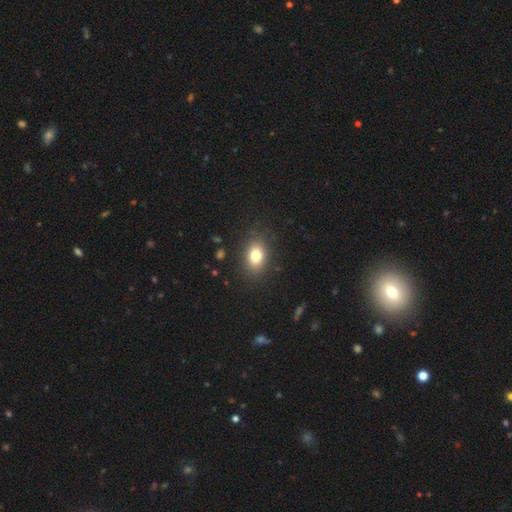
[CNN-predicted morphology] smooth-or-featured: smooth: 79% | star or artifact: 11% | featured or disk: 10%
  how-rounded: in between: 73% | round: 26% | cigar-shaped: 1%
  merging: none: 86% | minor disturbance: 9% | major disturbance: 4% | merger: 1%